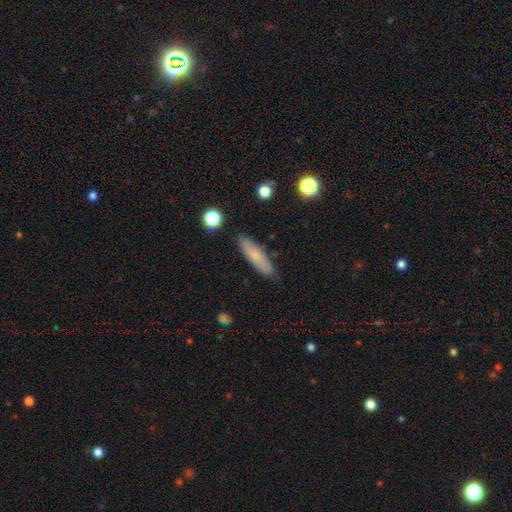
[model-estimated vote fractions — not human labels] Morphology: type=smooth (69%); roundness=cigar-shaped (69%); merging=none (86%).